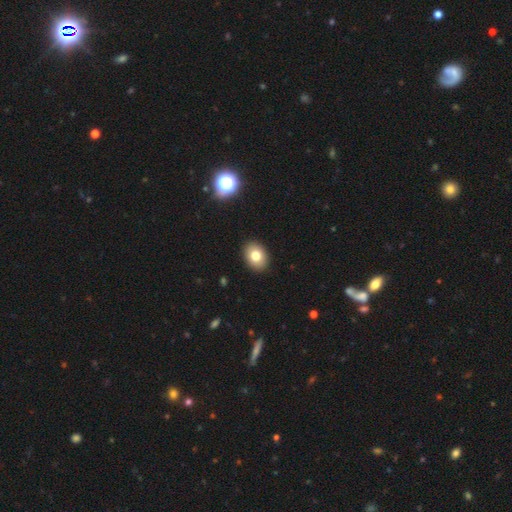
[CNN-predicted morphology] The model was most divided on "how rounded": in between: 68%, round: 31%, cigar-shaped: 1%. More confident: merging — none (91%); smooth or featured — smooth (79%).